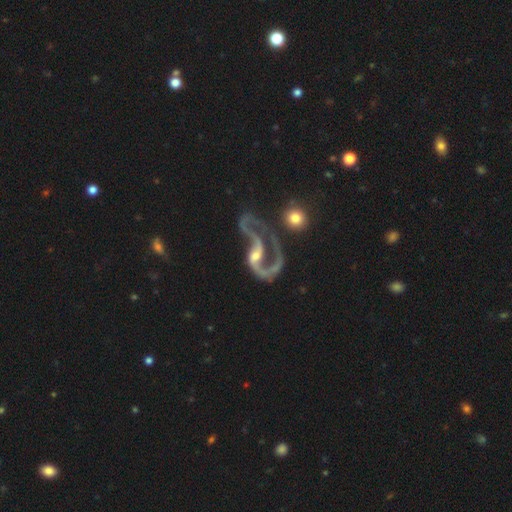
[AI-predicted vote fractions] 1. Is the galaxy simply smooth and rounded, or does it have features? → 90% featured or disk, 5% star or artifact, 5% smooth.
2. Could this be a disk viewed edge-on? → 97% no, 3% yes.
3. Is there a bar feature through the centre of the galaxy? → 40% weak, 37% no, 23% strong.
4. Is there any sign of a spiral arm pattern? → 94% yes, 6% no.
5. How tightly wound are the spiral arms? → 71% loose, 23% medium, 6% tight.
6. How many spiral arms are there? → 77% 2, 12% 1, 4% 3, 4% can't tell, 2% 4, 2% more than 4.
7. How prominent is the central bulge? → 53% small, 37% moderate, 6% none, 3% large, 1% dominant.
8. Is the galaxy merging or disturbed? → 39% major disturbance, 30% none, 15% minor disturbance, 15% merger.